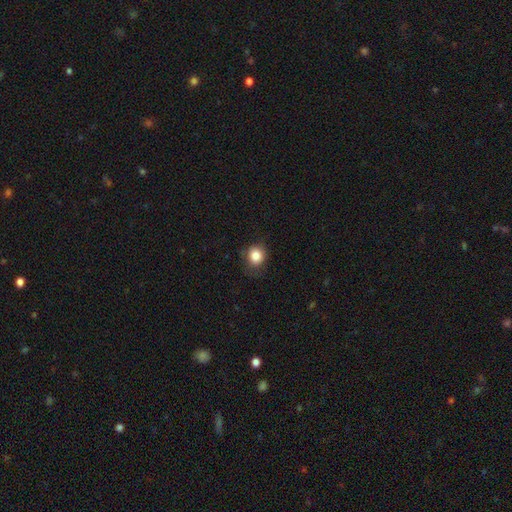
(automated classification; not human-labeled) Smooth or featured: smooth — 84% (star or artifact — 10%)
How rounded: round — 77% (in between — 22%)
Merging: none — 75% (minor disturbance — 19%)